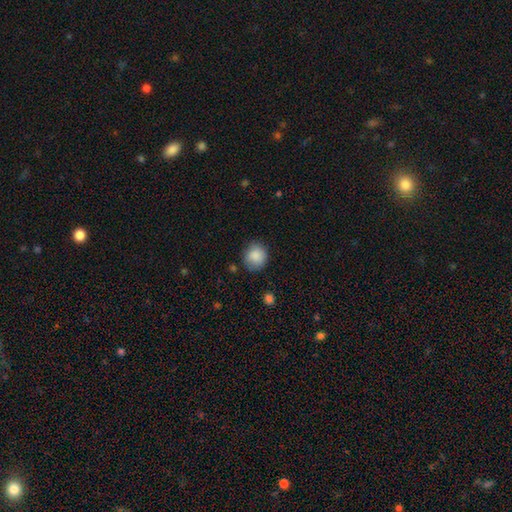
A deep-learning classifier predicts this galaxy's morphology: A smooth galaxy with no disk features (87%) that is round (82%). Merging: none (79%).